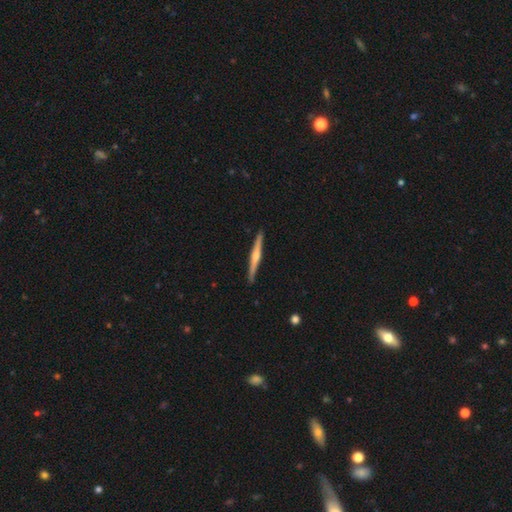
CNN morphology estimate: type=featured or disk (69%); edge-on=yes (98%); edge-on bulge=rounded (79%); merging=none (91%).